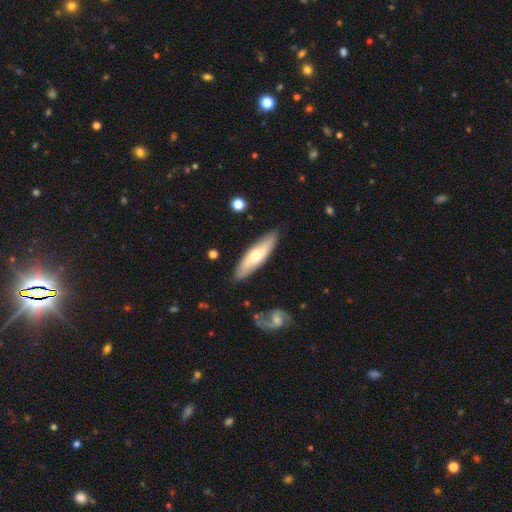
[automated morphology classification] Smooth or featured?
  - smooth: 52% *
  - featured or disk: 43%
  - star or artifact: 5%
How rounded?
  - cigar-shaped: 59% *
  - in between: 39%
  - round: 2%
Merging?
  - none: 85% *
  - minor disturbance: 11%
  - major disturbance: 2%
  - merger: 2%